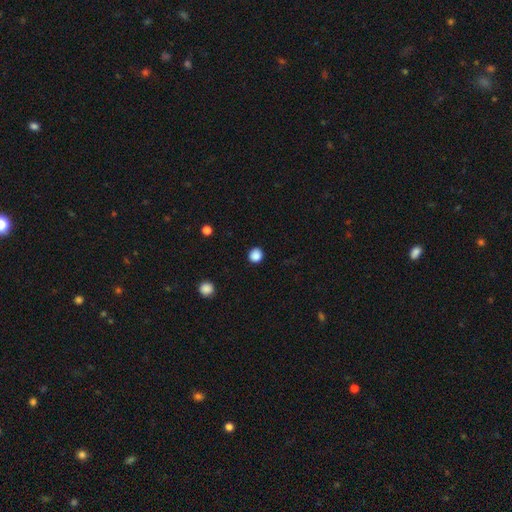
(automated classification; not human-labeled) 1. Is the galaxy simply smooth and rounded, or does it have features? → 87% smooth, 10% star or artifact, 2% featured or disk.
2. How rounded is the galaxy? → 90% round, 9% in between, 1% cigar-shaped.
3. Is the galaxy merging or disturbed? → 91% none, 6% minor disturbance, 2% major disturbance, 1% merger.